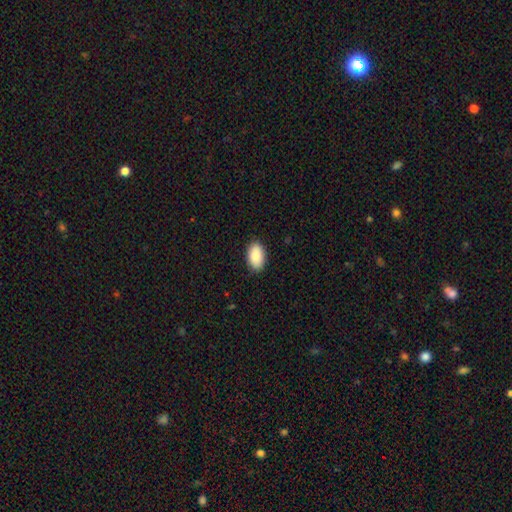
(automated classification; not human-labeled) smooth_or_featured: smooth (p=0.89) [alt: star or artifact p=0.06]
how_rounded: in between (p=0.94) [alt: round p=0.04]
merging: none (p=0.88) [alt: minor disturbance p=0.09]